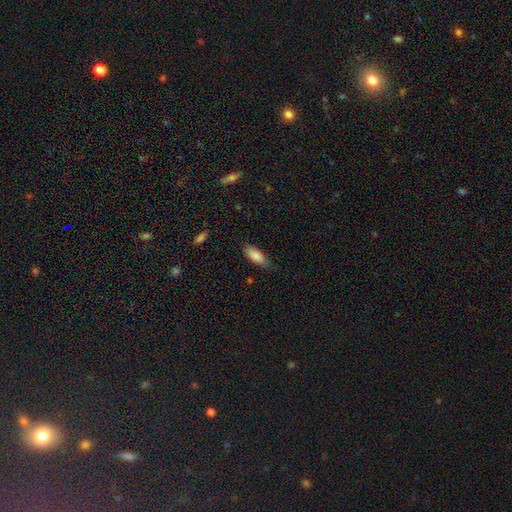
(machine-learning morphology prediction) A smooth galaxy with no disk features (86%) that is in between round and cigar-shaped (73%).

Vote fractions:
- Smooth or featured? smooth: 86% / featured or disk: 7% / star or artifact: 6%
- How rounded? in between: 73% / cigar-shaped: 25% / round: 2%
- Merging? none: 73% / minor disturbance: 22% / major disturbance: 4% / merger: 1%